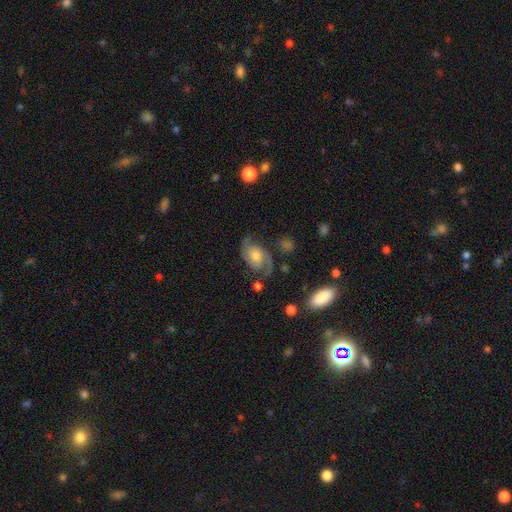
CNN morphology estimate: Smooth or featured? featured or disk (79%)
Edge-on disk? no (97%)
Bar? no (65%)
Spiral arms? yes (94%)
Spiral winding? medium (49%)
Spiral arm count? 2 (89%)
Bulge size? moderate (60%)
Merging? none (68%)